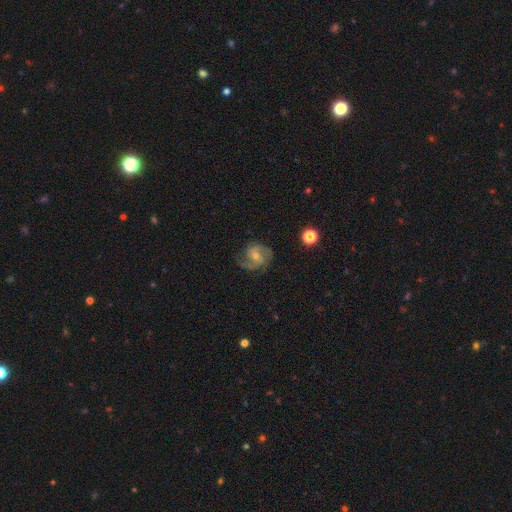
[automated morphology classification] Smooth or featured? Predicted: featured or disk (p=0.87). Edge-on disk? Predicted: no (p=0.98). Bar? Predicted: weak (p=0.45). Spiral arms? Predicted: yes (p=0.97). Spiral winding? Predicted: medium (p=0.55). Spiral arm count? Predicted: 2 (p=0.84). Bulge size? Predicted: small (p=0.56). Merging? Predicted: none (p=0.79).